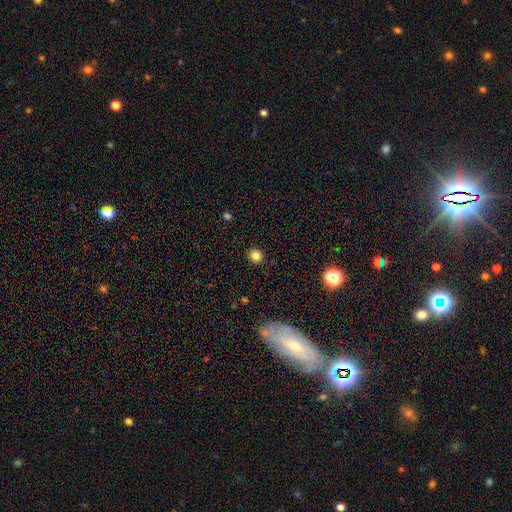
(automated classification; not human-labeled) Smooth or featured? smooth (82%)
How rounded? round (89%)
Merging? none (91%)